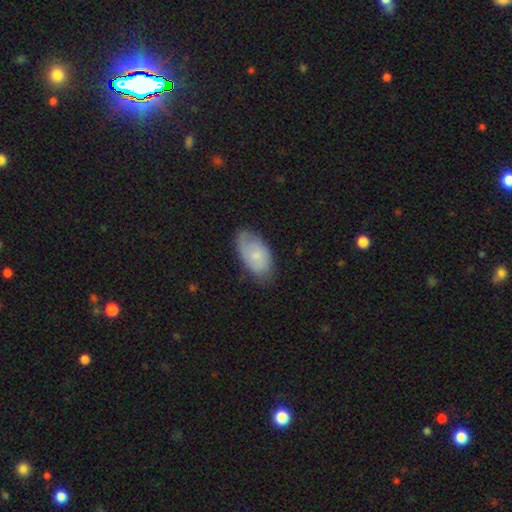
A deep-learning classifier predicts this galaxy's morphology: type=smooth (69%); roundness=in between (94%); merging=none (69%).